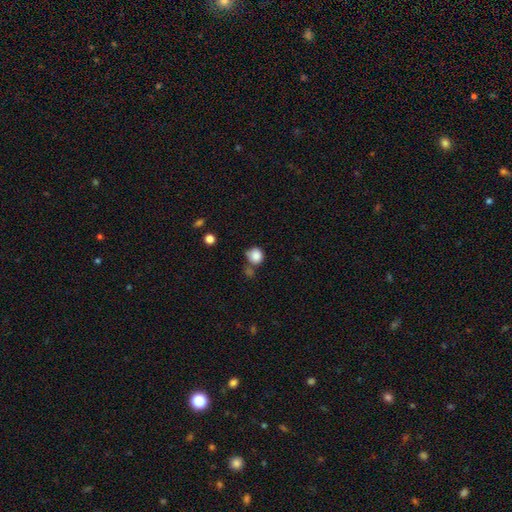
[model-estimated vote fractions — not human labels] Morphology: type=smooth (86%); roundness=round (86%); merging=none (58%).